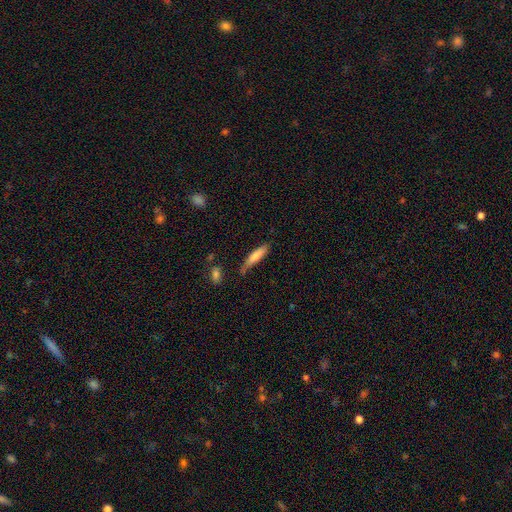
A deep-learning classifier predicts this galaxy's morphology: A smooth galaxy with no disk features (76%) that is cigar-shaped (79%). Merging: none (67%).